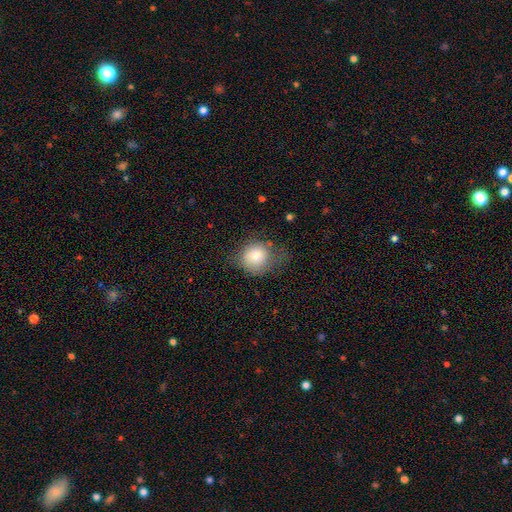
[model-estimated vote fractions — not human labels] Q: Smooth or featured?
A: smooth (75%); runner-up: featured or disk (14%)
Q: How rounded?
A: round (82%); runner-up: in between (17%)
Q: Merging?
A: none (50%); runner-up: minor disturbance (30%)